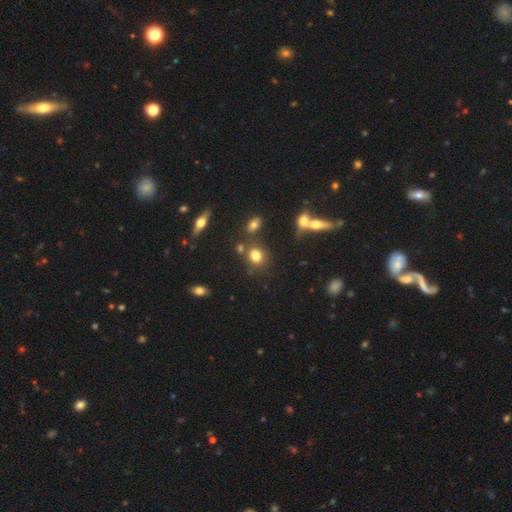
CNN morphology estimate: Smooth or featured? smooth (76%)
How rounded? round (74%)
Merging? none (70%)